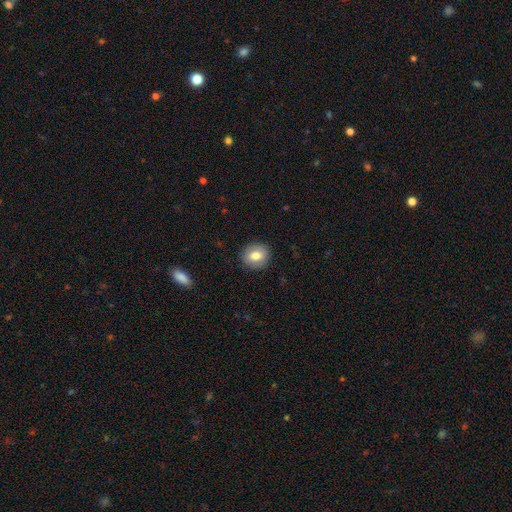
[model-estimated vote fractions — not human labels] A smooth galaxy with no disk features (78%) that is round (74%).

Vote fractions:
- Smooth or featured? smooth: 78% / featured or disk: 14% / star or artifact: 8%
- How rounded? round: 74% / in between: 25% / cigar-shaped: 1%
- Merging? none: 89% / minor disturbance: 8% / major disturbance: 2% / merger: 1%